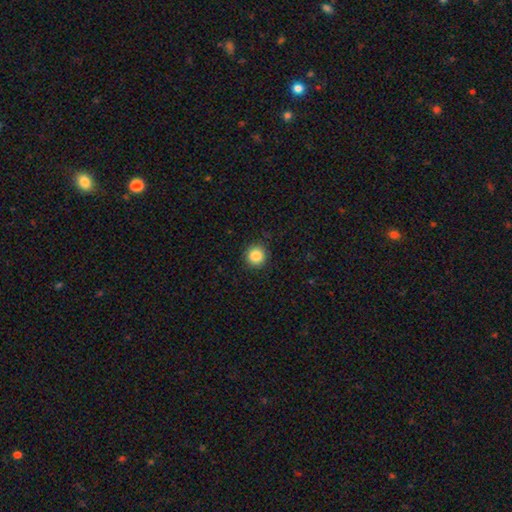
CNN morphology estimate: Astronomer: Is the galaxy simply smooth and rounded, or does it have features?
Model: smooth — 85%.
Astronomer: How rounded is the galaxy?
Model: round — 94%.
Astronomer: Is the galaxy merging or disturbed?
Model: none — 90%.